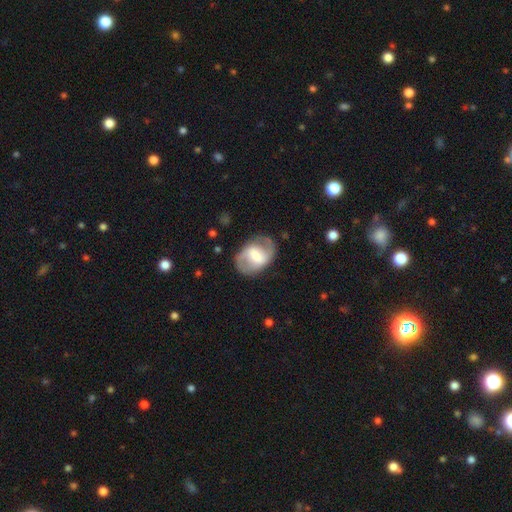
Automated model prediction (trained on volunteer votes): A featured or disk galaxy (74%) with a weak bar (44%), 2 (88%) medium (50%) spiral arms (84%) and a moderate central bulge (43%). Merging: none (79%).